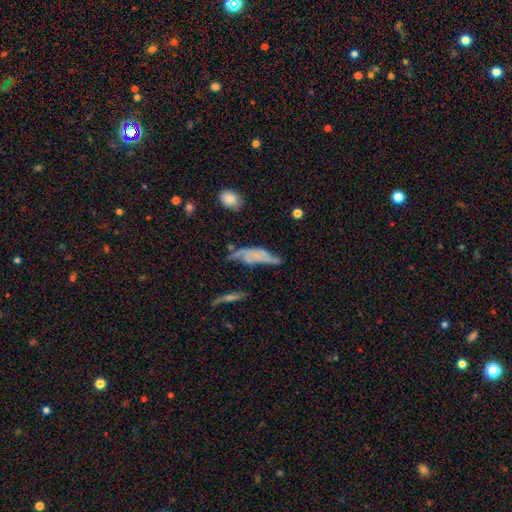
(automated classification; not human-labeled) This appears to be a featured or disk galaxy (47%). Merging: none (39%).